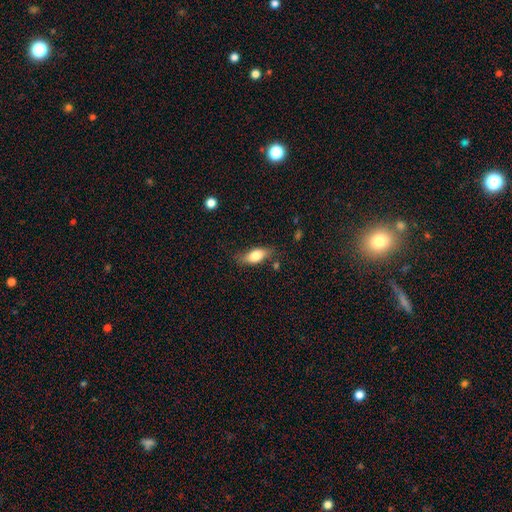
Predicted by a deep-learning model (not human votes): A smooth galaxy with no disk features (74%) that is in between round and cigar-shaped (81%). Merging: none (72%).